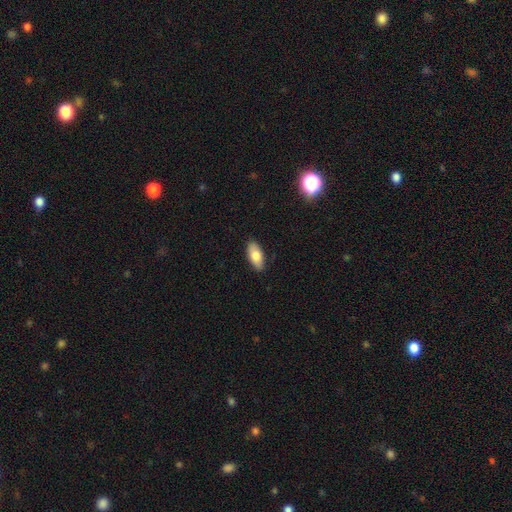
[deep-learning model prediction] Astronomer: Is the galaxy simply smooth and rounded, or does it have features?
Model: smooth — 80%.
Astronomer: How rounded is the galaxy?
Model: in between — 88%.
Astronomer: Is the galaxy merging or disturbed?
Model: none — 88%.